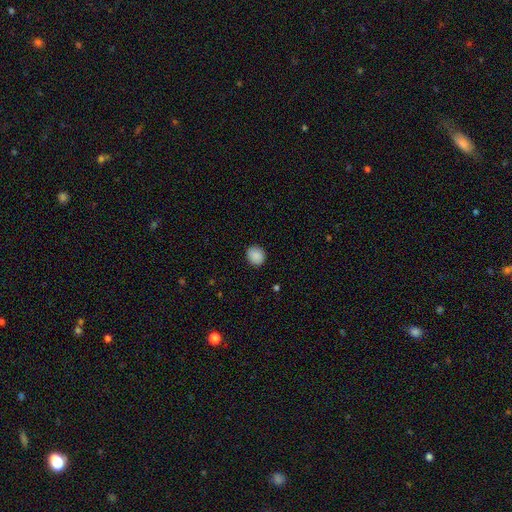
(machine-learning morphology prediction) smooth_or_featured: smooth (p=0.89) [alt: star or artifact p=0.07]
how_rounded: round (p=0.73) [alt: in between p=0.26]
merging: none (p=0.89) [alt: minor disturbance p=0.08]